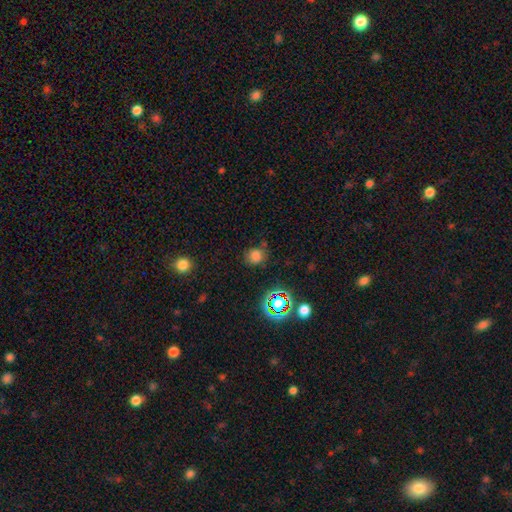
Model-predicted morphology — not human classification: Q: Smooth or featured?
A: smooth (73%); runner-up: star or artifact (21%)
Q: How rounded?
A: round (82%); runner-up: in between (17%)
Q: Merging?
A: none (73%); runner-up: minor disturbance (18%)